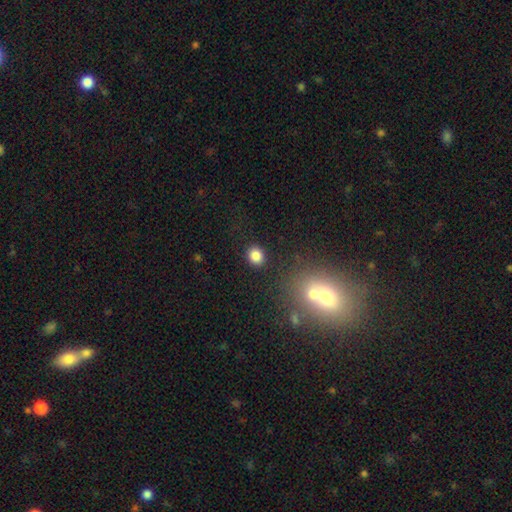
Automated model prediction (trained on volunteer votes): smooth_or_featured: smooth (p=0.84) [alt: star or artifact p=0.11]
how_rounded: round (p=0.74) [alt: in between p=0.25]
merging: none (p=0.88) [alt: minor disturbance p=0.07]